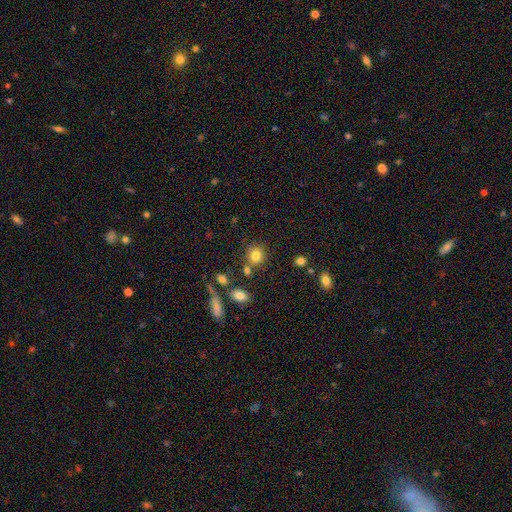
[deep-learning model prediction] This appears to be a smooth galaxy with no disk features (81%) that is round (83%). Merging: none (75%).